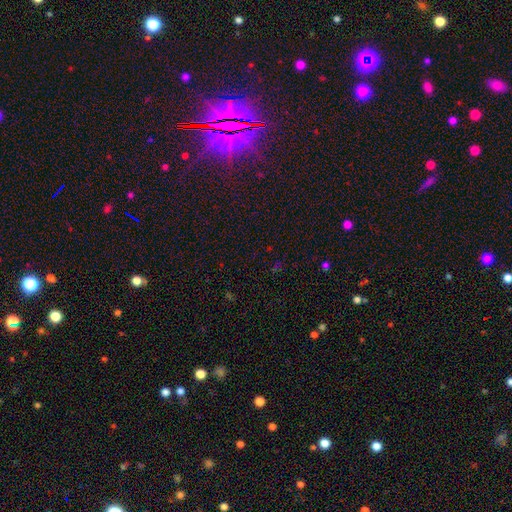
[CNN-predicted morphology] Smooth or featured? star or artifact (68%)